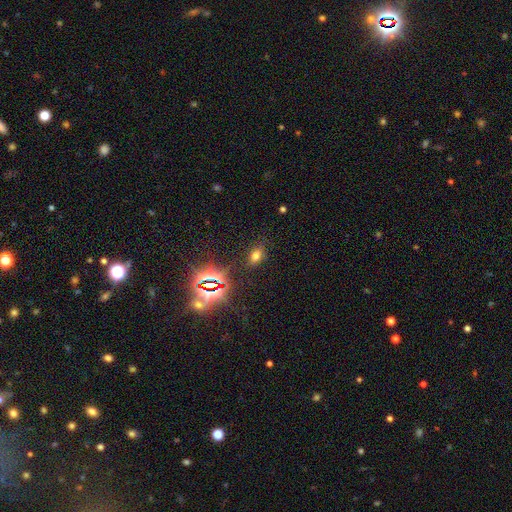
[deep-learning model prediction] Smooth or featured? smooth (60%)
How rounded? in between (81%)
Merging? none (83%)